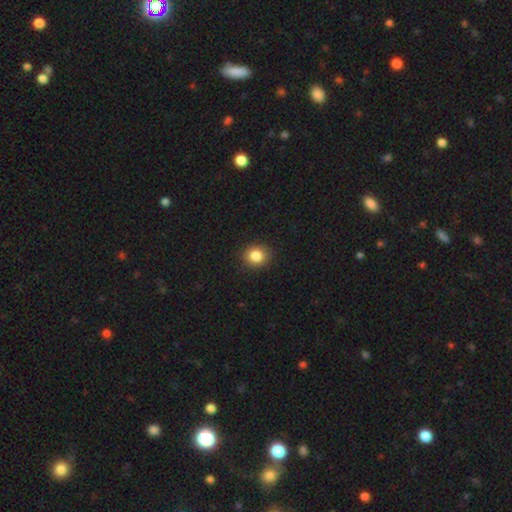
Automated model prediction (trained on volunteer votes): Q: Smooth or featured?
A: smooth (85%); runner-up: star or artifact (10%)
Q: How rounded?
A: round (76%); runner-up: in between (23%)
Q: Merging?
A: none (89%); runner-up: minor disturbance (8%)